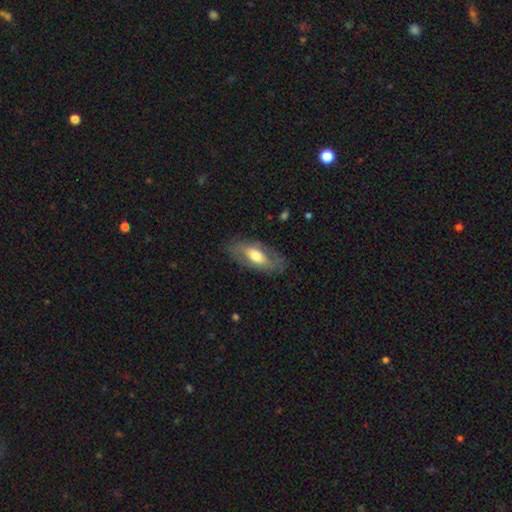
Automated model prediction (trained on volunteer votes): Smooth or featured? featured or disk (47%, tied with smooth)
Merging? none (76%)